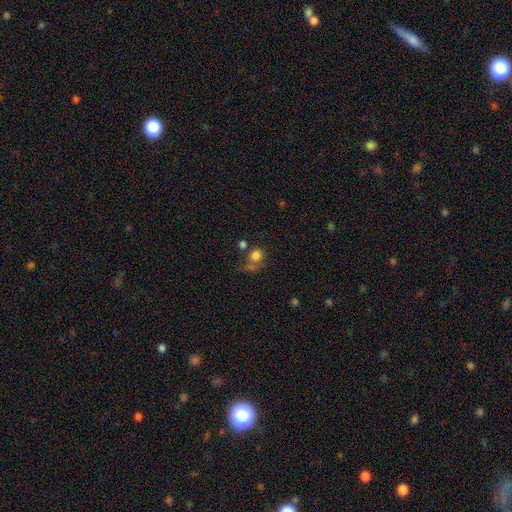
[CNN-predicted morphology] Overall: smooth (78%). How rounded: round (82%). Merging: none (46%; merger 24%).